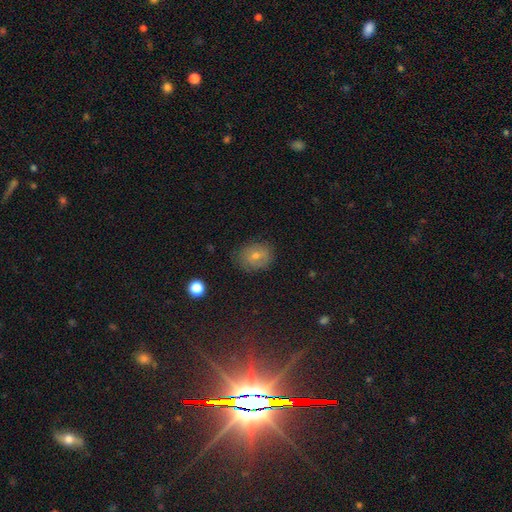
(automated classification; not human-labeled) The model was most divided on "how rounded": in between: 56%, round: 43%, cigar-shaped: 1%. More confident: merging — none (80%); smooth or featured — smooth (53%).